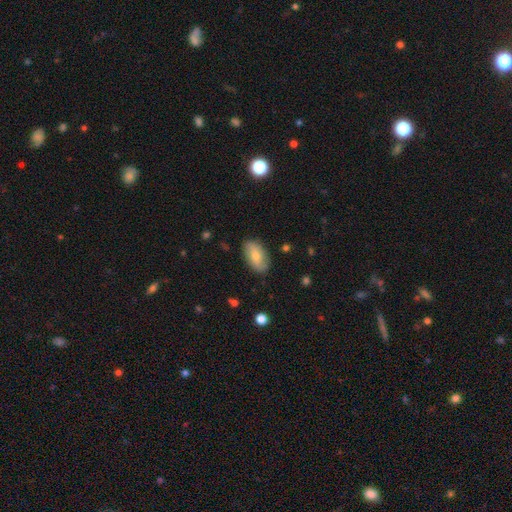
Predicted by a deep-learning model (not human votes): Q: Smooth or featured?
A: smooth (66%); runner-up: featured or disk (27%)
Q: How rounded?
A: in between (92%); runner-up: round (5%)
Q: Merging?
A: none (83%); runner-up: minor disturbance (13%)